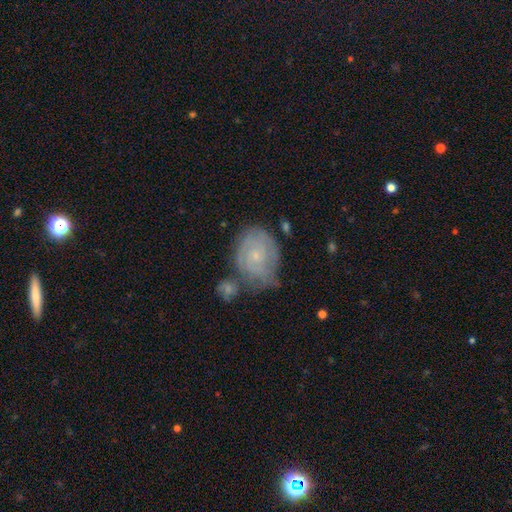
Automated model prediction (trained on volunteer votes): Smooth or featured?
  - featured or disk: 69% *
  - smooth: 24%
  - star or artifact: 8%
Edge-on disk?
  - no: 97% *
  - yes: 3%
Bar?
  - no: 77% *
  - weak: 20%
  - strong: 3%
Spiral arms?
  - yes: 86% *
  - no: 14%
Spiral winding?
  - tight: 73% *
  - medium: 21%
  - loose: 6%
Spiral arm count?
  - can't tell: 47% *
  - 2: 27%
  - 3: 12%
  - 4: 6%
  - 1: 5%
  - more than 4: 4%
Bulge size?
  - small: 74% *
  - moderate: 21%
  - none: 4%
  - large: 1%
  - dominant: 1%
Merging?
  - none: 55% *
  - minor disturbance: 23%
  - merger: 14%
  - major disturbance: 9%